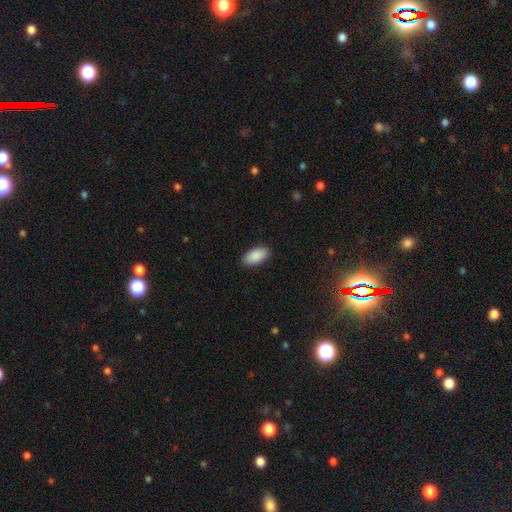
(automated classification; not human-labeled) smooth 90%, star or artifact 6%, featured or disk 3%. Down the decision tree: how rounded — in between (95%); merging — none (89%).